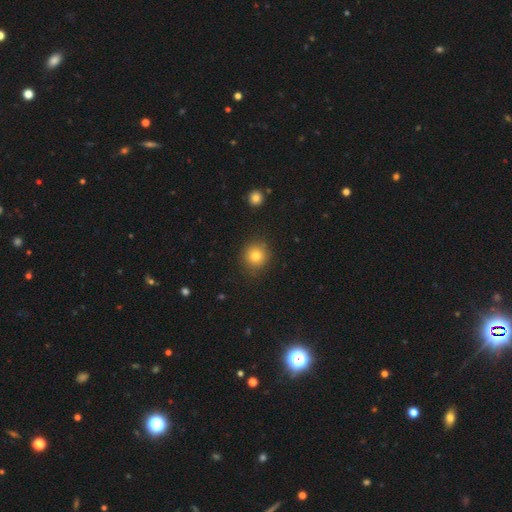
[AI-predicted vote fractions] Overall: smooth (80%). How rounded: round (90%). Merging: none (87%).